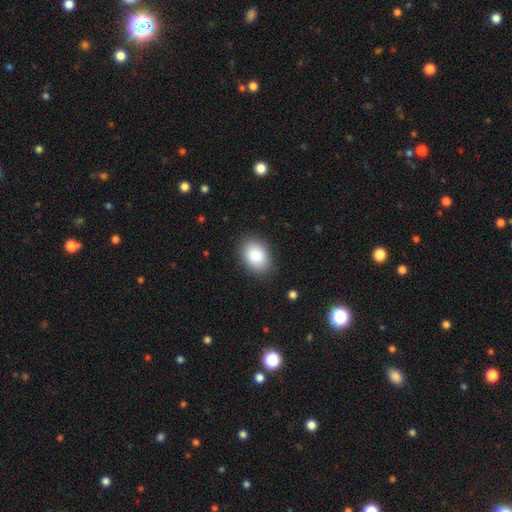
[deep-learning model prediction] Smooth or featured?
  - smooth: 87% *
  - star or artifact: 7%
  - featured or disk: 6%
How rounded?
  - in between: 76% *
  - round: 23%
  - cigar-shaped: 1%
Merging?
  - none: 87% *
  - minor disturbance: 9%
  - major disturbance: 3%
  - merger: 1%